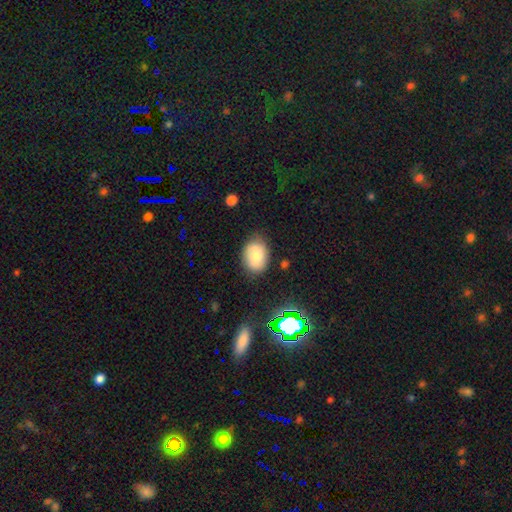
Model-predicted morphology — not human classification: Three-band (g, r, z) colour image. It shows a smooth galaxy with no disk features (66%) that is in between round and cigar-shaped (65%). Merging: none (77%).